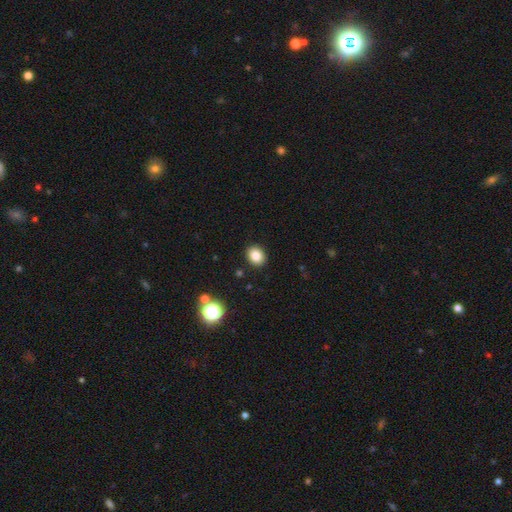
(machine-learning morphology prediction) smooth_or_featured: smooth (p=0.83) [alt: star or artifact p=0.11]
how_rounded: round (p=0.55) [alt: in between p=0.44]
merging: none (p=0.91) [alt: minor disturbance p=0.06]